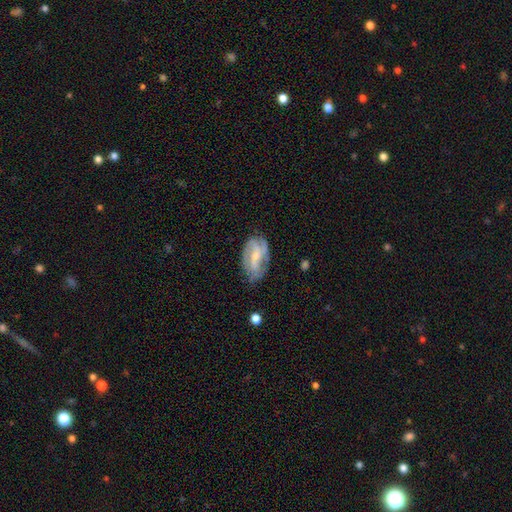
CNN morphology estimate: A featured or disk galaxy (75%) with a weak bar (44%), 2 (53%) medium (43%) spiral arms (88%) and a small central bulge (56%). Merging: none (66%).